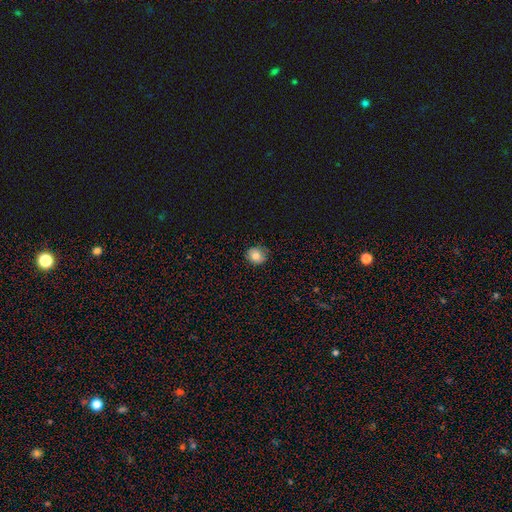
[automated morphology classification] A smooth galaxy with no disk features (80%) that is round (80%). Merging: none (82%).